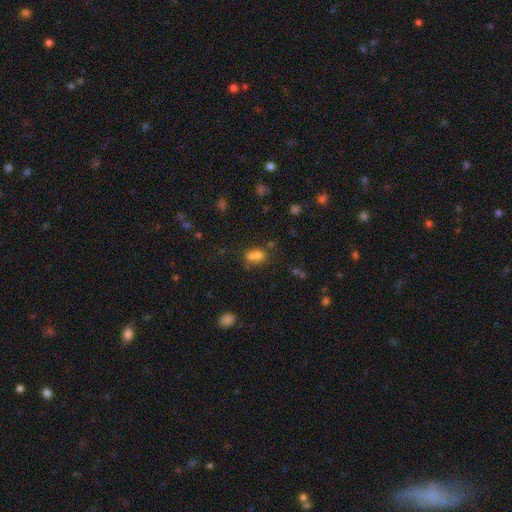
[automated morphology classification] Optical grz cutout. It shows a smooth galaxy with no disk features (66%) that is round (56%). Merging: merger (54%).